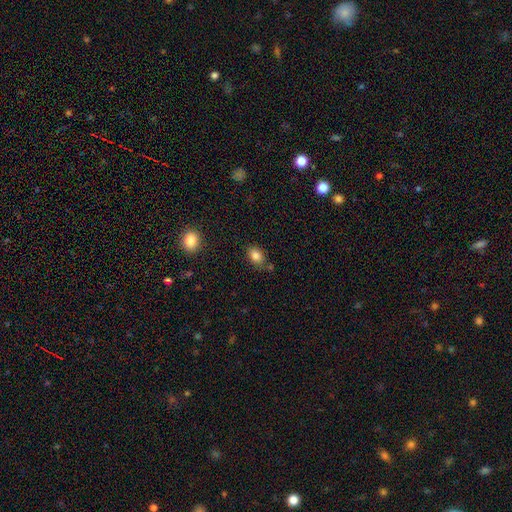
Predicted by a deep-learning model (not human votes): Smooth or featured?
  - smooth: 84% *
  - star or artifact: 9%
  - featured or disk: 7%
How rounded?
  - in between: 79% *
  - round: 20%
  - cigar-shaped: 2%
Merging?
  - none: 72% *
  - minor disturbance: 17%
  - merger: 7%
  - major disturbance: 4%